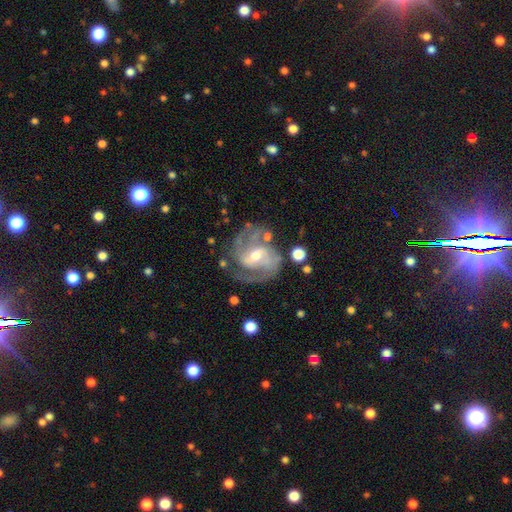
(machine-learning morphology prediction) Smooth or featured?
  - featured or disk: 89% *
  - star or artifact: 5%
  - smooth: 5%
Edge-on disk?
  - no: 98% *
  - yes: 2%
Bar?
  - weak: 50% *
  - no: 26%
  - strong: 24%
Spiral arms?
  - yes: 97% *
  - no: 3%
Spiral winding?
  - medium: 51% *
  - tight: 34%
  - loose: 14%
Spiral arm count?
  - 2: 54% *
  - 3: 22%
  - can't tell: 12%
  - 4: 4%
  - 1: 4%
  - more than 4: 3%
Bulge size?
  - moderate: 54% *
  - small: 42%
  - large: 2%
  - none: 1%
  - dominant: 1%
Merging?
  - none: 68% *
  - minor disturbance: 18%
  - major disturbance: 10%
  - merger: 4%